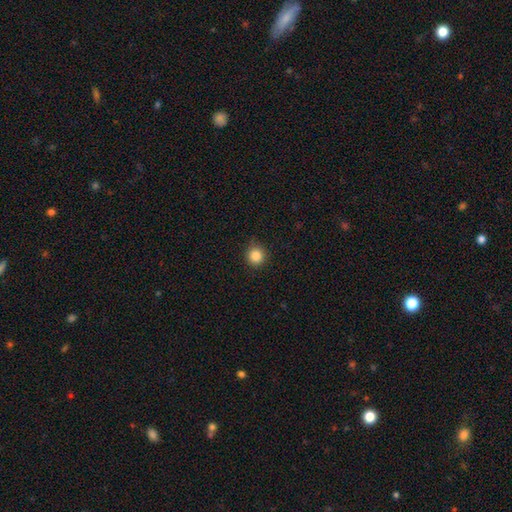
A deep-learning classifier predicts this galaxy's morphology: The model was most divided on "smooth or featured": smooth: 86%, star or artifact: 11%, featured or disk: 4%. More confident: how rounded — round (94%); merging — none (86%).